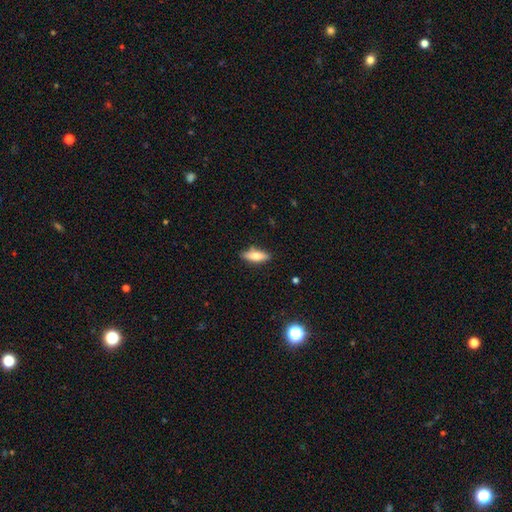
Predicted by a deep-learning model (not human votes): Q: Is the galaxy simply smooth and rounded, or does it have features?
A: smooth — 73%.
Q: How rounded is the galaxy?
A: in between — 59%.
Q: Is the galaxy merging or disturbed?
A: none — 83%.